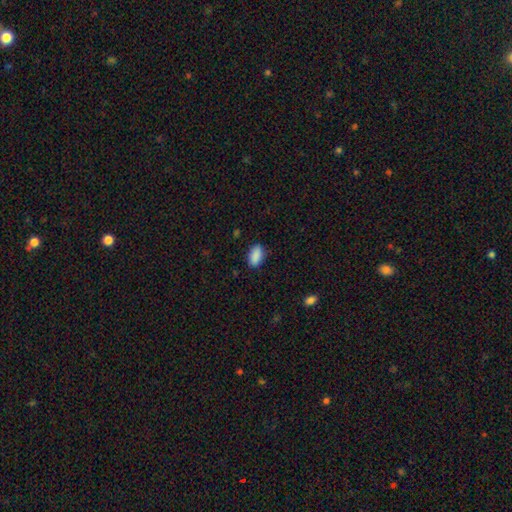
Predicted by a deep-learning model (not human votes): A smooth galaxy with no disk features (89%) that is in between round and cigar-shaped (91%). Merging: none (85%).